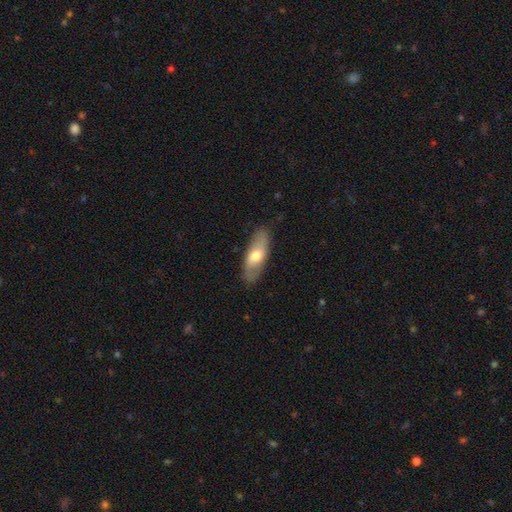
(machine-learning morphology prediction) Smooth or featured? Predicted: smooth (p=0.58). How rounded? Predicted: in between (p=0.72). Merging? Predicted: none (p=0.83).